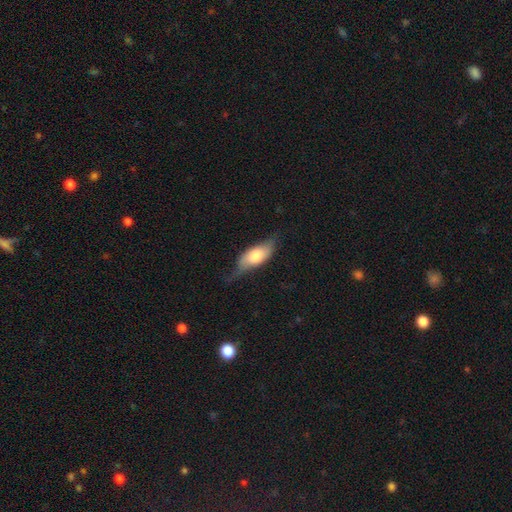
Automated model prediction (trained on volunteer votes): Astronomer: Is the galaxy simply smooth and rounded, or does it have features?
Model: smooth — 58% (runner-up: featured or disk, 36%).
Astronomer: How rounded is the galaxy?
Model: in between — 78%.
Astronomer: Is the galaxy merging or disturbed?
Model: none — 45% (runner-up: minor disturbance, 37%).